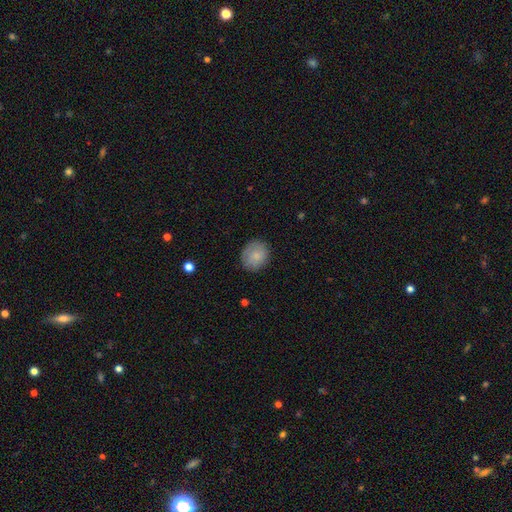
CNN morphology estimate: Q: Smooth or featured?
A: smooth (82%); runner-up: featured or disk (11%)
Q: How rounded?
A: round (76%); runner-up: in between (23%)
Q: Merging?
A: none (82%); runner-up: minor disturbance (14%)